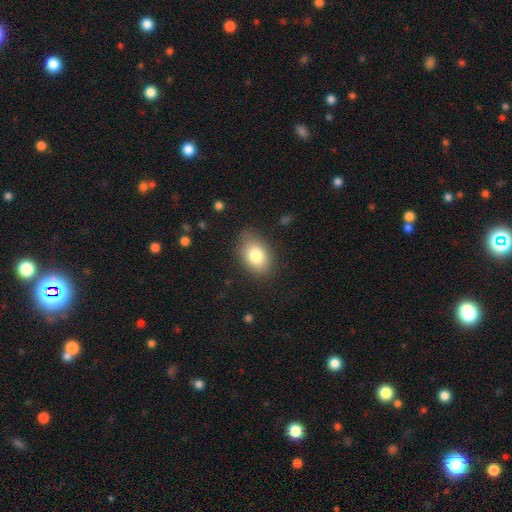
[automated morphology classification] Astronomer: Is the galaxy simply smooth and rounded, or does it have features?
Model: smooth — 81%.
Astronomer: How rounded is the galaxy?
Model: in between — 82%.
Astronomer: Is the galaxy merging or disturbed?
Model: none — 81%.